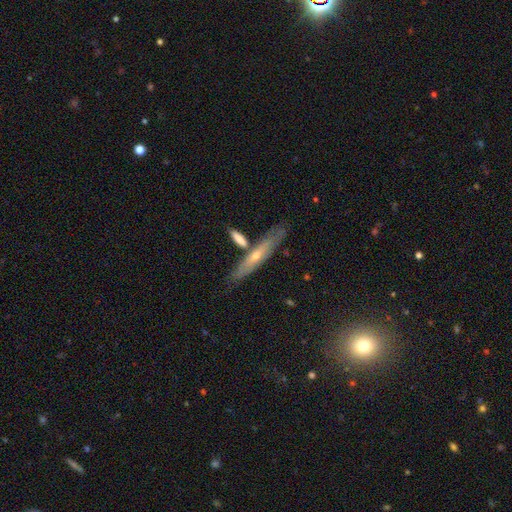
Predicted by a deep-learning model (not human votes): Smooth or featured? Predicted: featured or disk (p=0.58). Edge-on disk? Predicted: yes (p=0.79). Merging? Predicted: none (p=0.74).